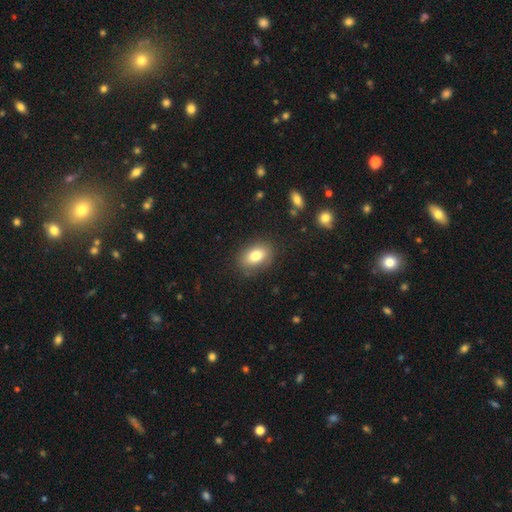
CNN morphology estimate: This appears to be a smooth galaxy with no disk features (80%) that is in between round and cigar-shaped (81%). Merging: none (83%).